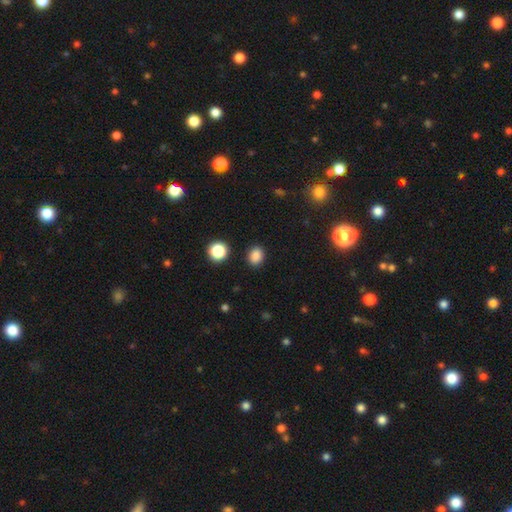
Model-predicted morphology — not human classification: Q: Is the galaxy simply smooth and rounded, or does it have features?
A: smooth — 85%.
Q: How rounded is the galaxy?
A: in between — 52%.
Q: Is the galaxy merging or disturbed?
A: none — 88%.